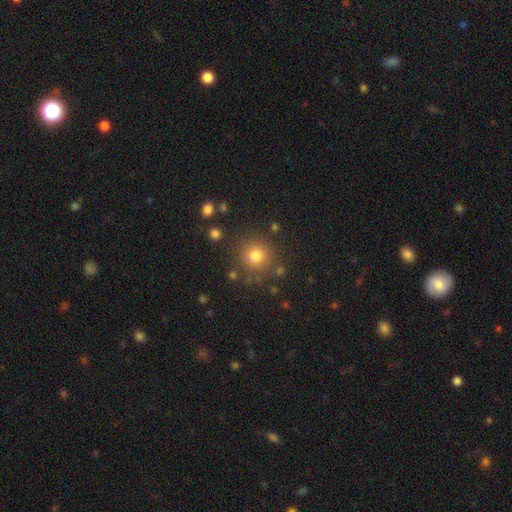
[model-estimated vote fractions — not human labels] This is likely a smooth galaxy (77%). How rounded: clearly round (92%). Merging: clearly none (82%).